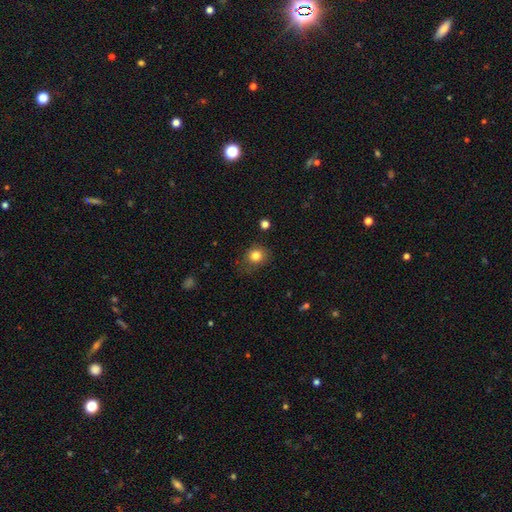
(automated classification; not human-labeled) This appears to be a smooth galaxy with no disk features (82%) that is round (75%). Merging: none (74%).